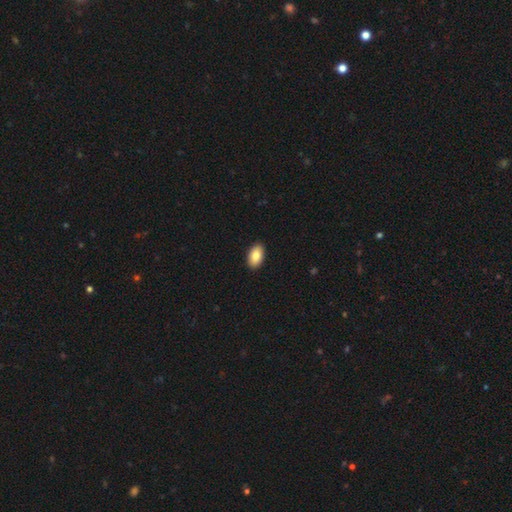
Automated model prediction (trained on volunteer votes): The model was most divided on "smooth or featured": smooth: 85%, featured or disk: 9%, star or artifact: 7%. More confident: how rounded — in between (94%); merging — none (91%).